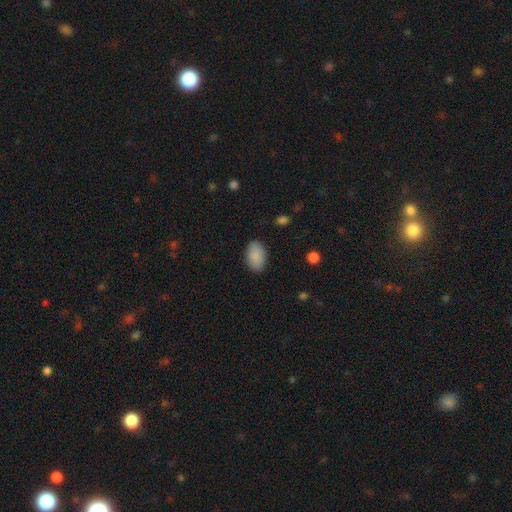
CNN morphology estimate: type=smooth (89%); roundness=in between (92%); merging=none (86%).